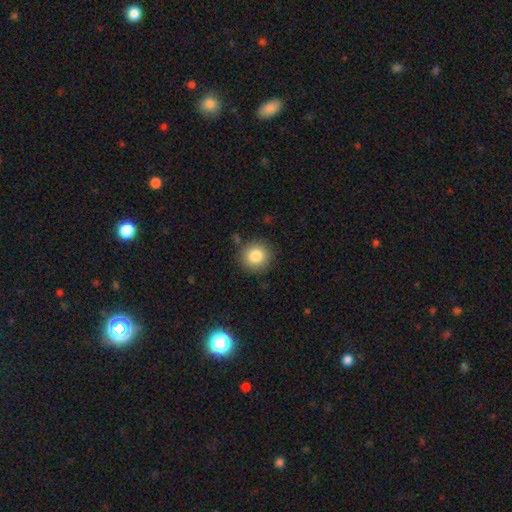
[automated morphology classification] Smooth or featured: smooth — 83% (star or artifact — 10%)
How rounded: round — 93% (in between — 6%)
Merging: none — 88% (minor disturbance — 8%)